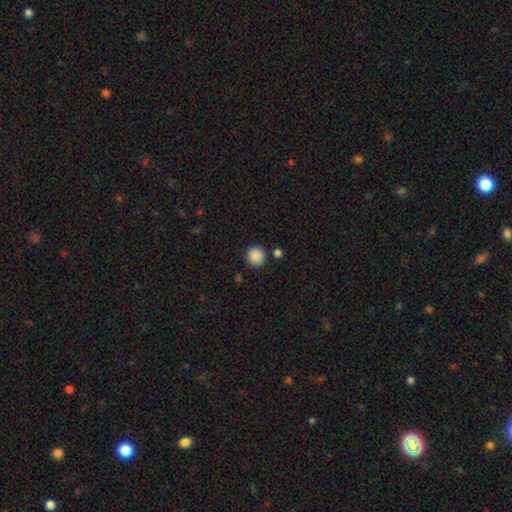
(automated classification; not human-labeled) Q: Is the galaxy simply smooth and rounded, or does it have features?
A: smooth — 88%.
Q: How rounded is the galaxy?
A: round — 93%.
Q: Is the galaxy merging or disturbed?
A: none — 86%.